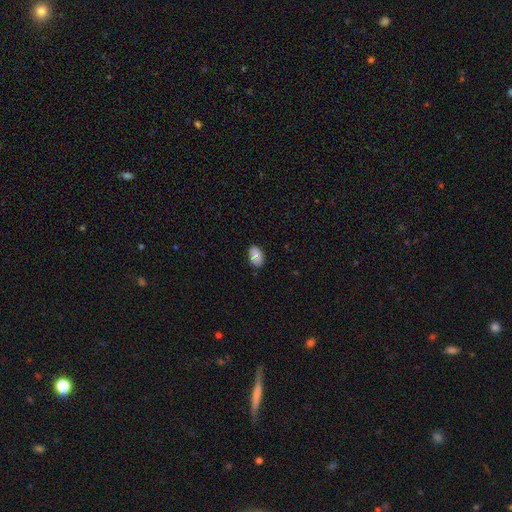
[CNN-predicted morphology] This is likely a smooth galaxy (79%). How rounded: clearly in between (89%). Merging: likely none (80%).